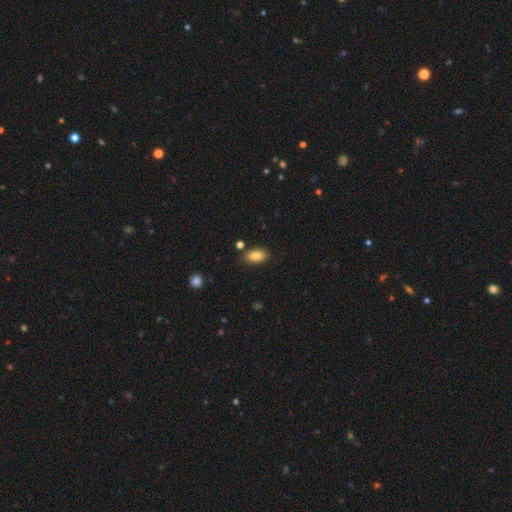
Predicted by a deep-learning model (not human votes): Morphology: type=smooth (83%); roundness=in between (91%); merging=none (84%).